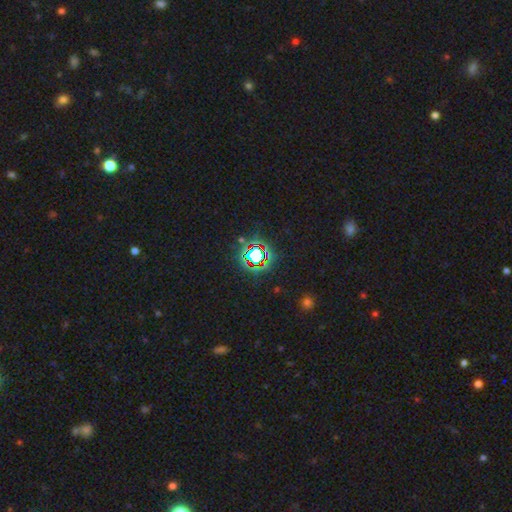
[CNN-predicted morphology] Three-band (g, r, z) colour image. It shows a star or artifact, not a galaxy (75%).